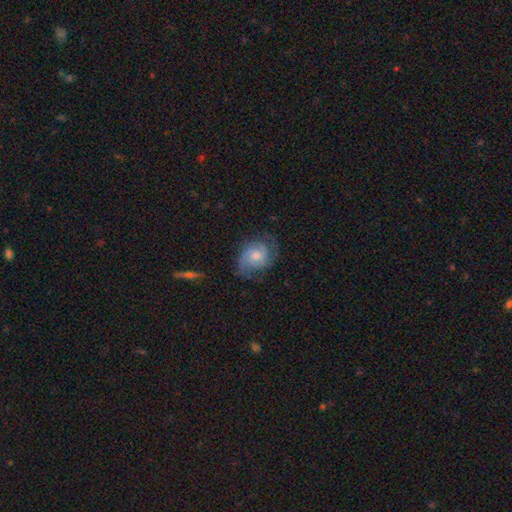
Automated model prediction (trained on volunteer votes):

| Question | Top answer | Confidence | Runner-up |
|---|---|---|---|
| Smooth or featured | featured or disk | 69% | smooth (23%) |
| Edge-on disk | no | 97% | yes (3%) |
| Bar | no | 72% | weak (24%) |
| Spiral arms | yes | 91% | no (9%) |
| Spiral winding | medium | 42% | tight (39%) |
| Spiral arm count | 2 | 62% | can't tell (18%) |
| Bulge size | moderate | 51% | small (41%) |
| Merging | none | 67% | minor disturbance (21%) |